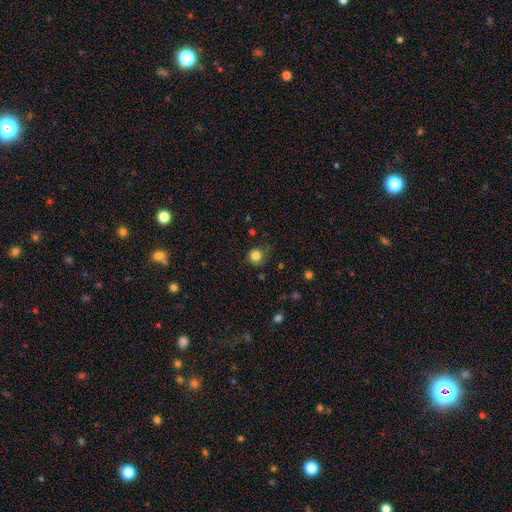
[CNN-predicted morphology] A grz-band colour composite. It shows a smooth galaxy with no disk features (83%) that is round (89%). Merging: none (71%).